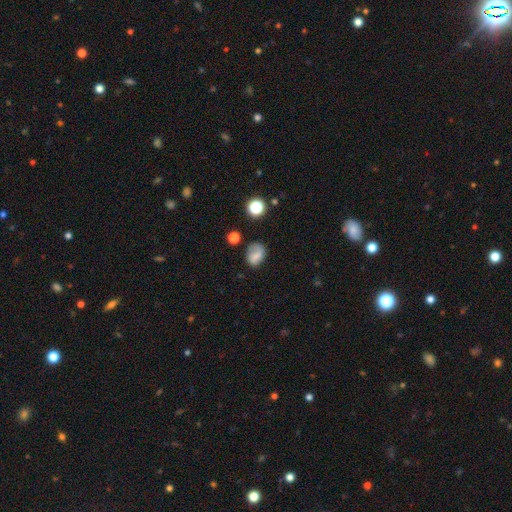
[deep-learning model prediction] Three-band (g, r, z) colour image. It shows a smooth galaxy with no disk features (70%) that is in between round and cigar-shaped (60%). Merging: none (58%).